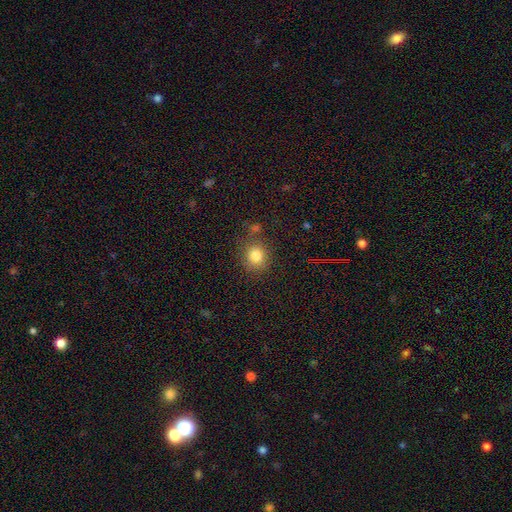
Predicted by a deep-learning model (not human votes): smooth_or_featured: smooth (p=0.81) [alt: star or artifact p=0.13]
how_rounded: round (p=0.80) [alt: in between p=0.19]
merging: none (p=0.76) [alt: minor disturbance p=0.13]